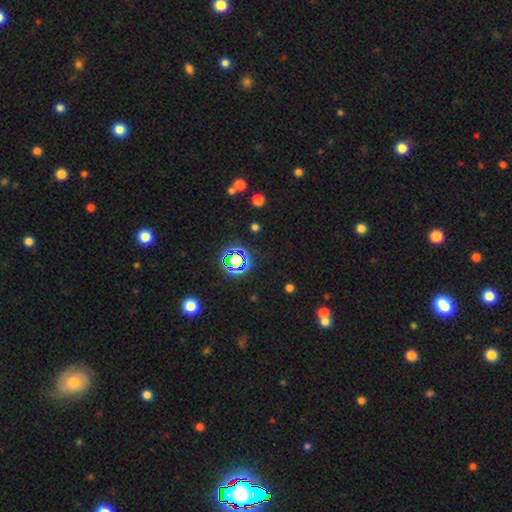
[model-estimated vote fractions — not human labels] Morphology: type=star or artifact (75%).